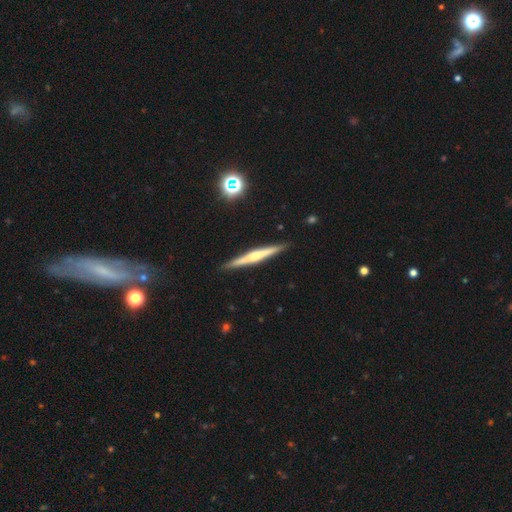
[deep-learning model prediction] featured or disk 68%, smooth 25%, star or artifact 7%. Down the decision tree: edge-on disk — yes (98%); edge-on bulge — rounded (75%); merging — none (91%).